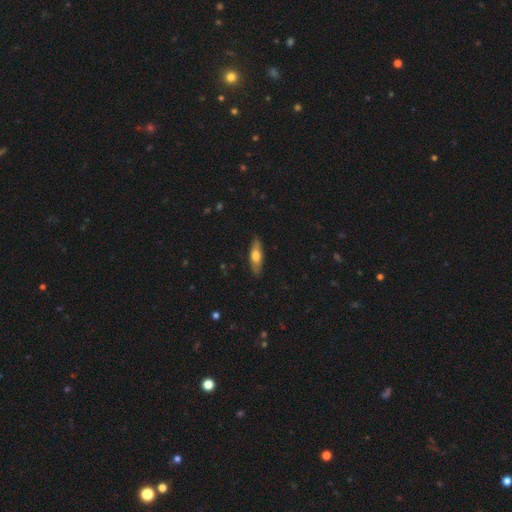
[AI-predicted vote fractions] Smooth or featured: smooth — 61% (featured or disk — 33%)
How rounded: in between — 51% (cigar-shaped — 46%)
Merging: none — 86% (minor disturbance — 11%)